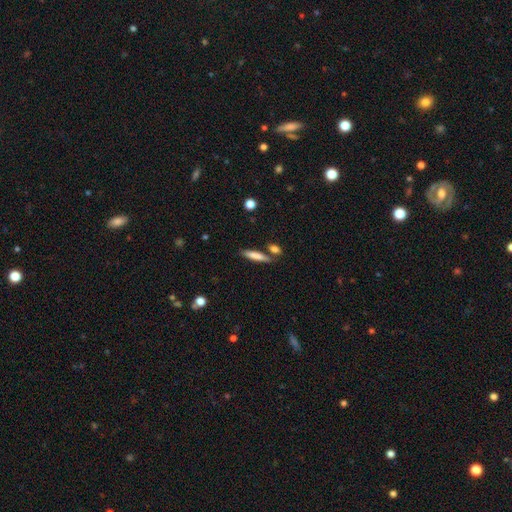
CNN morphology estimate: Smooth or featured?
  - smooth: 76% *
  - featured or disk: 18%
  - star or artifact: 6%
How rounded?
  - cigar-shaped: 82% *
  - in between: 16%
  - round: 2%
Merging?
  - none: 74% *
  - merger: 12%
  - minor disturbance: 11%
  - major disturbance: 3%